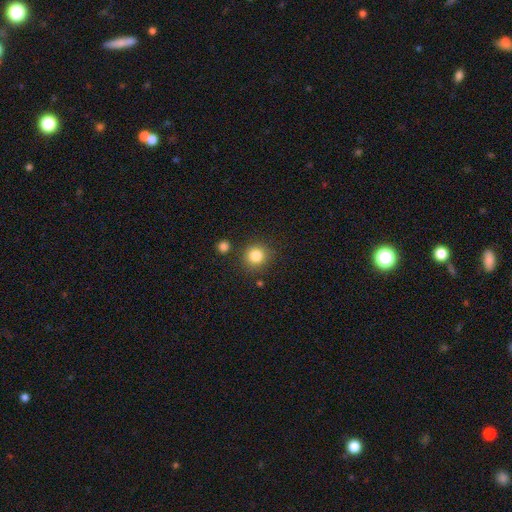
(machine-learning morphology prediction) A smooth galaxy with no disk features (83%) that is round (92%). Merging: none (84%).